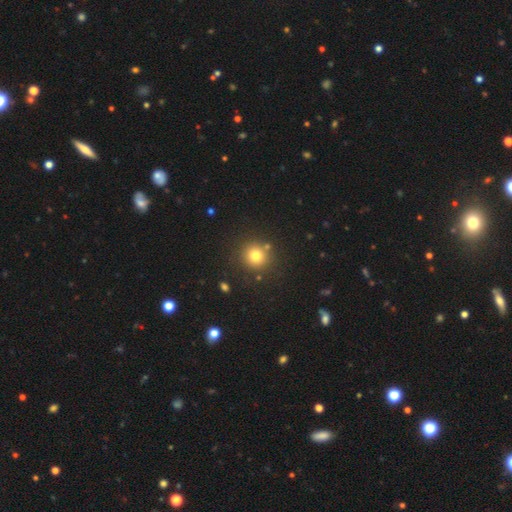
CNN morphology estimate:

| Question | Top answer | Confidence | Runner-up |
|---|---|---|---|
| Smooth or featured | smooth | 77% | star or artifact (14%) |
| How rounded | round | 93% | in between (7%) |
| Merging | none | 83% | minor disturbance (8%) |